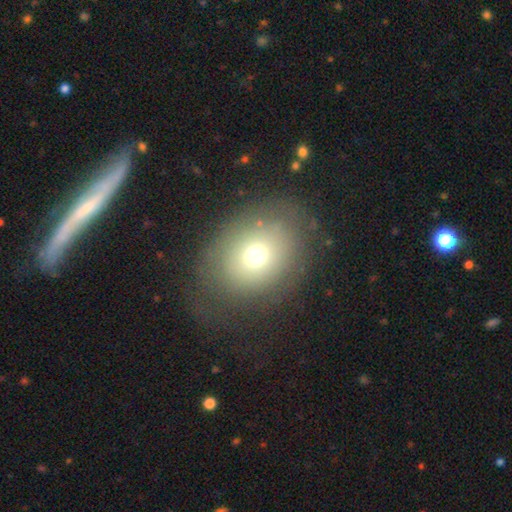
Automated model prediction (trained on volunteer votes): Smooth or featured? Predicted: smooth (p=0.66). How rounded? Predicted: in between (p=0.55). Merging? Predicted: none (p=0.67).